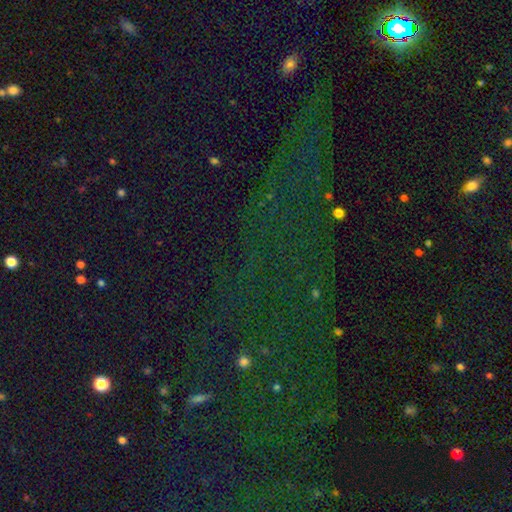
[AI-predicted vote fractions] Smooth or featured: star or artifact — 78% (smooth — 12%)